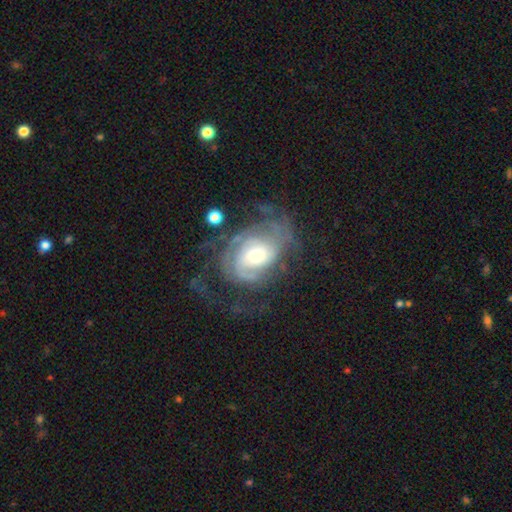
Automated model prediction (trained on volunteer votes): Smooth or featured: featured or disk — 85% (smooth — 9%)
Edge-on disk: no — 97% (yes — 3%)
Bar: no — 67% (weak — 26%)
Spiral arms: yes — 93% (no — 7%)
Spiral winding: tight — 56% (medium — 32%)
Spiral arm count: can't tell — 35% (2 — 25%)
Bulge size: moderate — 58% (small — 29%)
Merging: none — 53% (major disturbance — 26%)